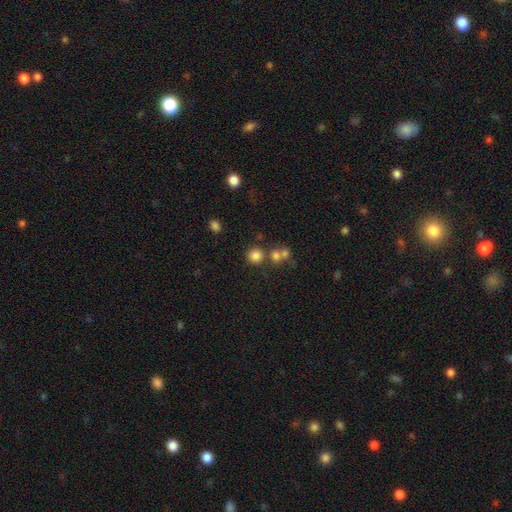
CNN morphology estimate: A smooth galaxy with no disk features (79%) that is round (91%).

Vote fractions:
- Smooth or featured? smooth: 79% / star or artifact: 14% / featured or disk: 7%
- How rounded? round: 91% / in between: 8% / cigar-shaped: 1%
- Merging? none: 69% / merger: 20% / minor disturbance: 7% / major disturbance: 3%